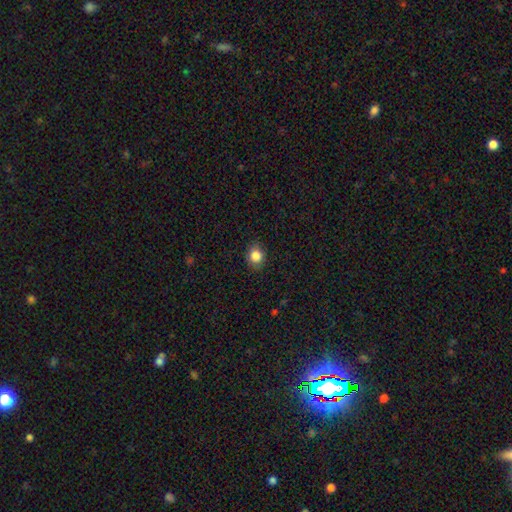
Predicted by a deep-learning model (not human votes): The model was most divided on "how rounded": round: 71%, in between: 28%, cigar-shaped: 1%. More confident: merging — none (86%); smooth or featured — smooth (85%).